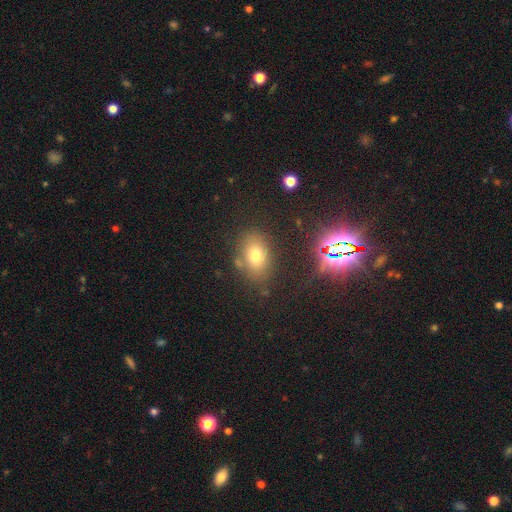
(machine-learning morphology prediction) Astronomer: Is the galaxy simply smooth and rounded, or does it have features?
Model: smooth — 71%.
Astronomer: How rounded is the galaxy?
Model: in between — 74%.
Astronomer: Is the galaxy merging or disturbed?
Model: none — 75%.